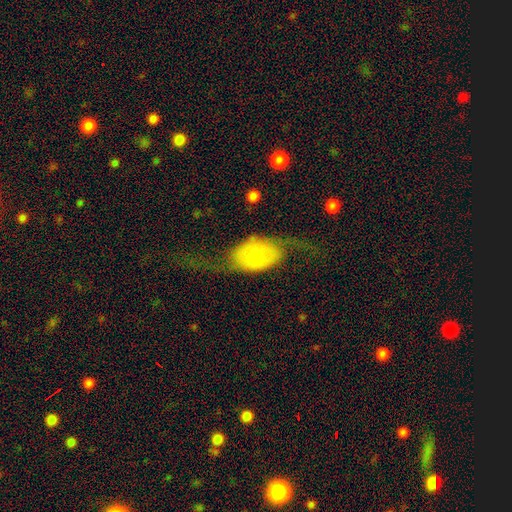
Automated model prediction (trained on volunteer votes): Smooth or featured: featured or disk — 49% (smooth — 45%)
Merging: major disturbance — 40% (none — 37%)